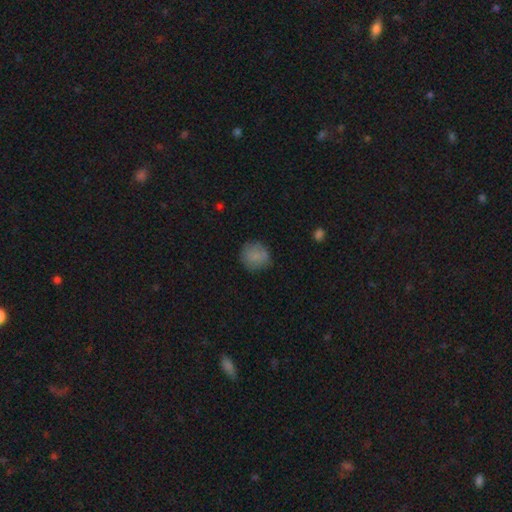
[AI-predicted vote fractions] Q: Smooth or featured?
A: smooth (81%); runner-up: featured or disk (10%)
Q: How rounded?
A: round (89%); runner-up: in between (10%)
Q: Merging?
A: none (76%); runner-up: minor disturbance (17%)